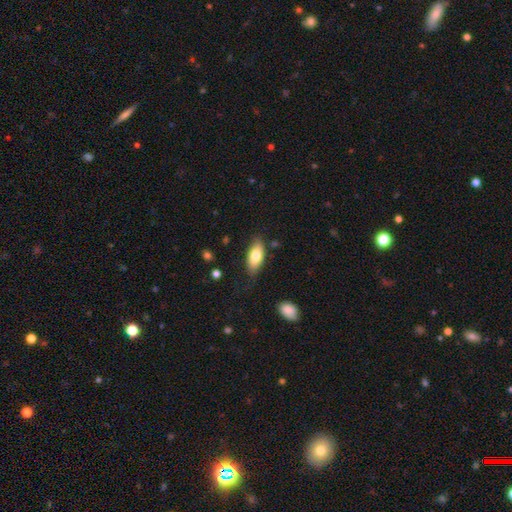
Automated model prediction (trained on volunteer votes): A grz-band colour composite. It shows a smooth galaxy with no disk features (76%) that is in between round and cigar-shaped (84%). Merging: none (77%).